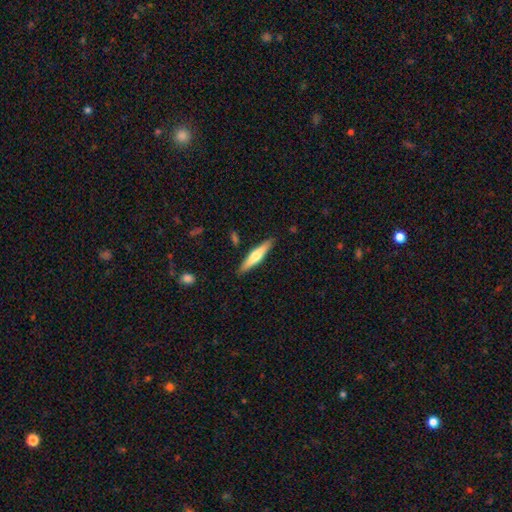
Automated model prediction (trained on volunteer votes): Smooth or featured? smooth (50%)
How rounded? cigar-shaped (86%)
Merging? none (89%)